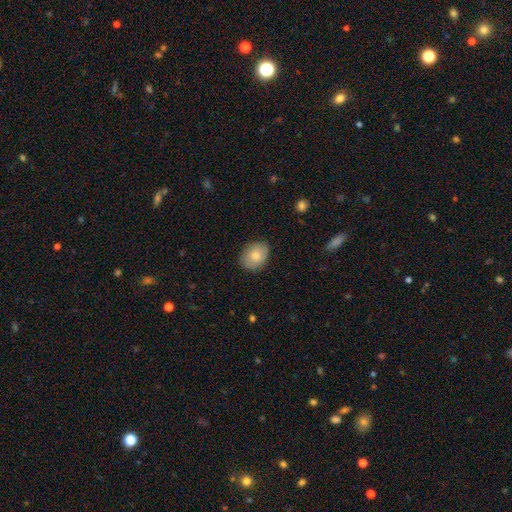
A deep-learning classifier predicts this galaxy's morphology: smooth-or-featured: smooth: 84% | featured or disk: 9% | star or artifact: 7%
  how-rounded: in between: 66% | round: 33% | cigar-shaped: 1%
  merging: none: 84% | minor disturbance: 12% | major disturbance: 2% | merger: 1%